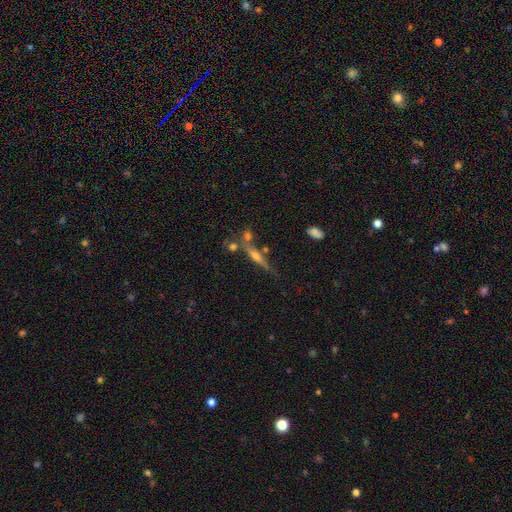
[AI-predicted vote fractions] Morphology: type=featured or disk (67%); edge-on=yes (94%); edge-on bulge=rounded (82%); merging=none (63%).